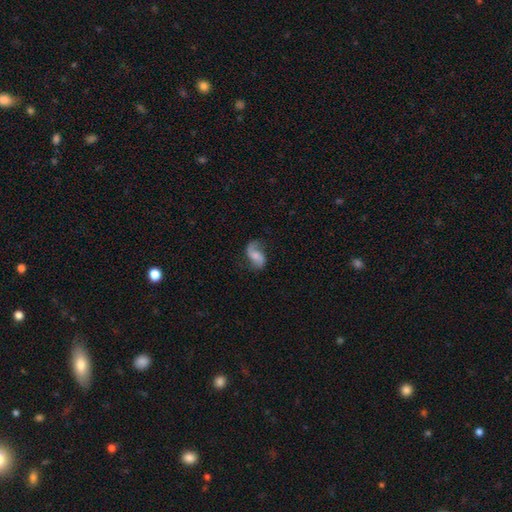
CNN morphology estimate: A featured or disk galaxy (68%) with no bar (50%), 2 (83%) loose (69%) spiral arms (94%) and a small central bulge (31%).

Vote fractions:
- Smooth or featured? featured or disk: 68% / smooth: 25% / star or artifact: 7%
- Edge-on disk? no: 97% / yes: 3%
- Bar? no: 50% / weak: 39% / strong: 11%
- Spiral arms? yes: 94% / no: 6%
- Spiral winding? loose: 69% / medium: 25% / tight: 7%
- Spiral arm count? 2: 83% / 1: 11% / can't tell: 3% / 3: 1% / 4: 1% / more than 4: 1%
- Bulge size? small: 31% / moderate: 29% / none: 29% / large: 9% / dominant: 2%
- Merging? none: 66% / minor disturbance: 21% / major disturbance: 12% / merger: 2%